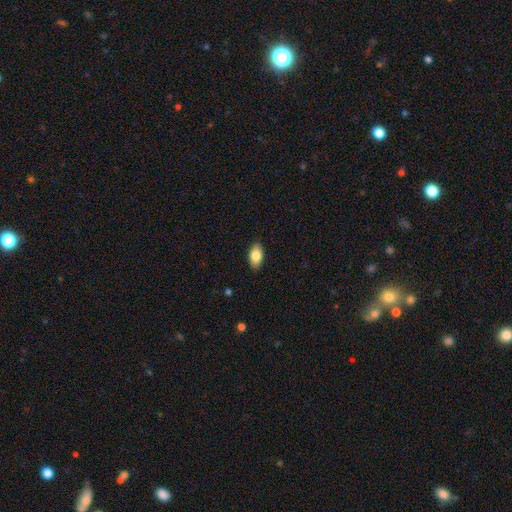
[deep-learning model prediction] Morphology: type=smooth (81%); roundness=in between (92%); merging=none (87%).